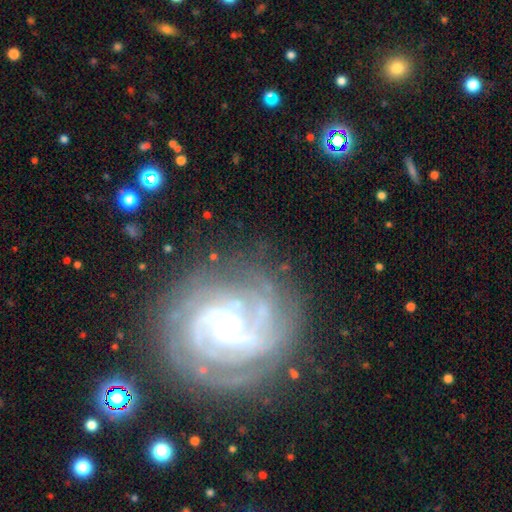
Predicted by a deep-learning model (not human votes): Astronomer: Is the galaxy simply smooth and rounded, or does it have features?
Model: featured or disk — 87%.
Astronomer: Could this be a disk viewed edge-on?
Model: no — 97%.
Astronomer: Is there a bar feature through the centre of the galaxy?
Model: no — 53% (runner-up: weak, 33%).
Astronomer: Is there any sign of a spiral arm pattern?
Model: yes — 97%.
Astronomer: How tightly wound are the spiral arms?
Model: tight — 71%.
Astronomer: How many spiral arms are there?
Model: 3 — 24% (runner-up: 2, 23%).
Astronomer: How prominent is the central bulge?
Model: small — 67%.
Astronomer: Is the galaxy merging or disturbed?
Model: none — 77%.